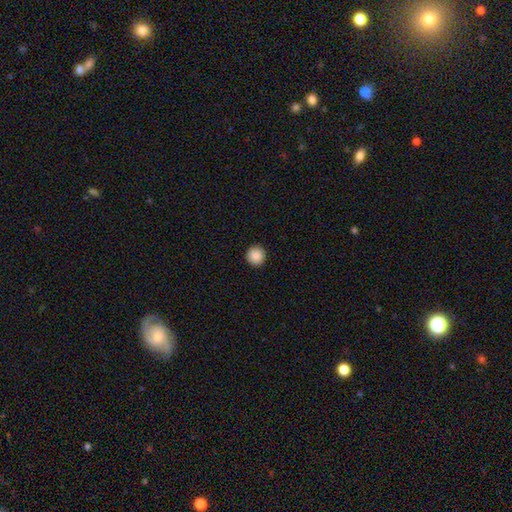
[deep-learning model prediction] smooth 88%, star or artifact 9%, featured or disk 3%. Down the decision tree: how rounded — round (96%); merging — none (94%).